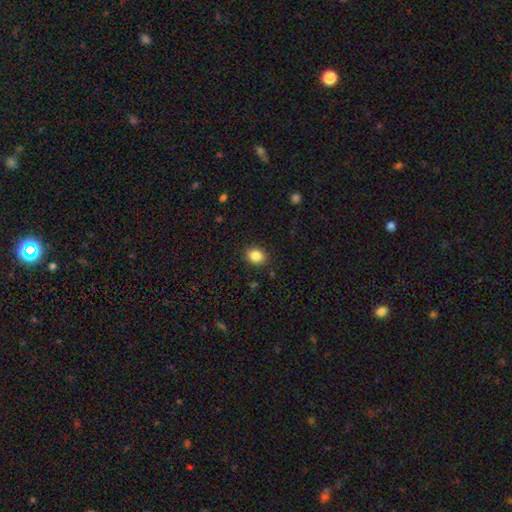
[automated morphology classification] smooth_or_featured: smooth (p=0.87) [alt: star or artifact p=0.09]
how_rounded: in between (p=0.50) [alt: round p=0.49]
merging: none (p=0.88) [alt: minor disturbance p=0.08]